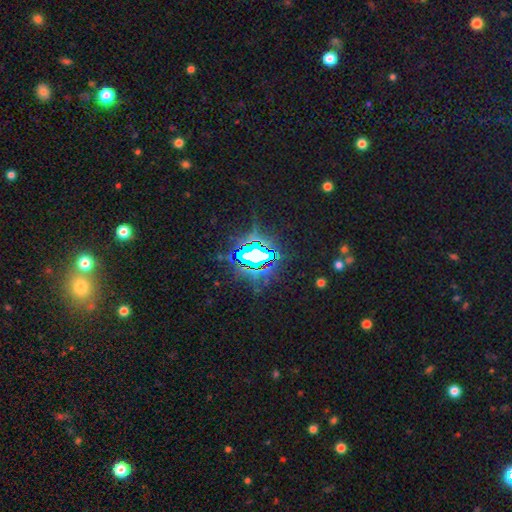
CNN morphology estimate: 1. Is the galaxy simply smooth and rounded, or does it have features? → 84% star or artifact, 9% smooth, 7% featured or disk.